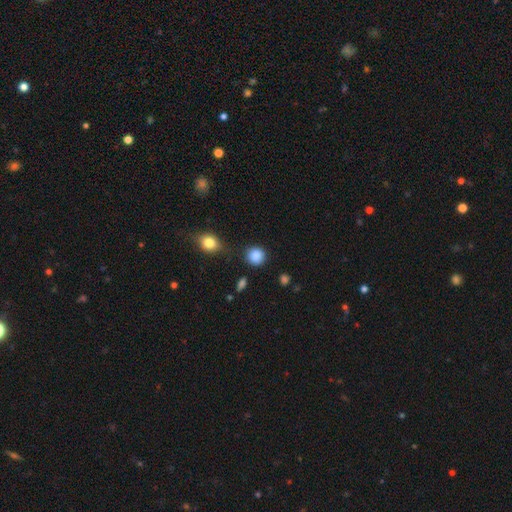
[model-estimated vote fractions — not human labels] This is clearly a smooth galaxy (87%). How rounded: clearly round (89%). Merging: clearly none (80%).